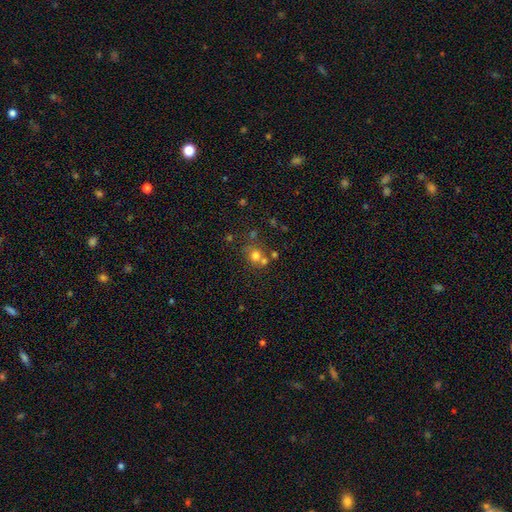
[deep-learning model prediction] Smooth or featured? smooth (69%)
How rounded? round (78%)
Merging? none (52%)